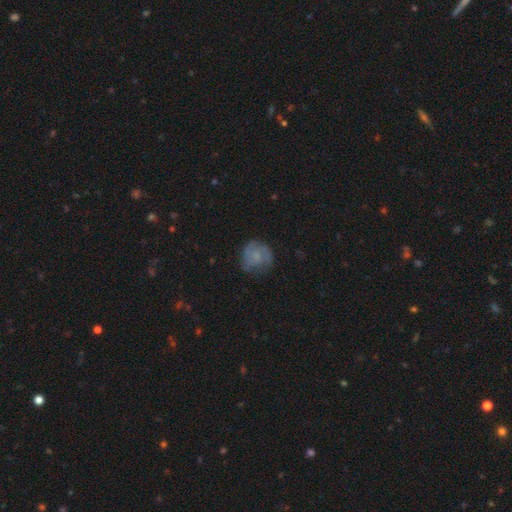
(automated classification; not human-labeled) Smooth or featured? smooth (53%)
How rounded? round (82%)
Merging? none (61%)